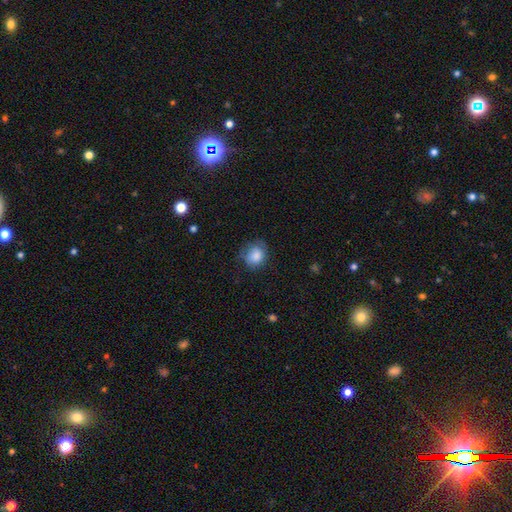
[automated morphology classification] Smooth or featured?
  - smooth: 83% *
  - featured or disk: 9%
  - star or artifact: 8%
How rounded?
  - round: 71% *
  - in between: 28%
  - cigar-shaped: 1%
Merging?
  - none: 63% *
  - minor disturbance: 27%
  - major disturbance: 9%
  - merger: 1%